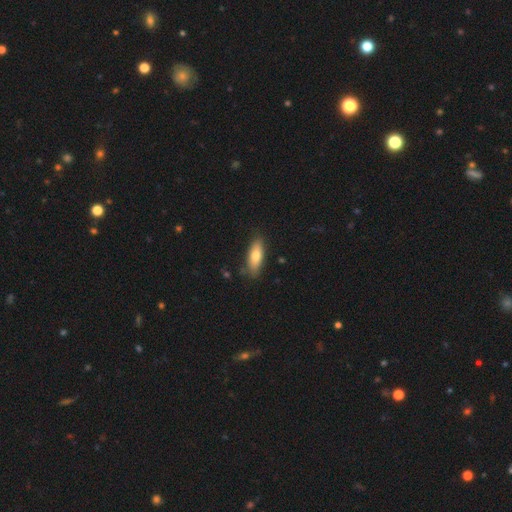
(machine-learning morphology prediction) This is likely a smooth galaxy (76%). How rounded: likely in between (67%). Merging: clearly none (82%).